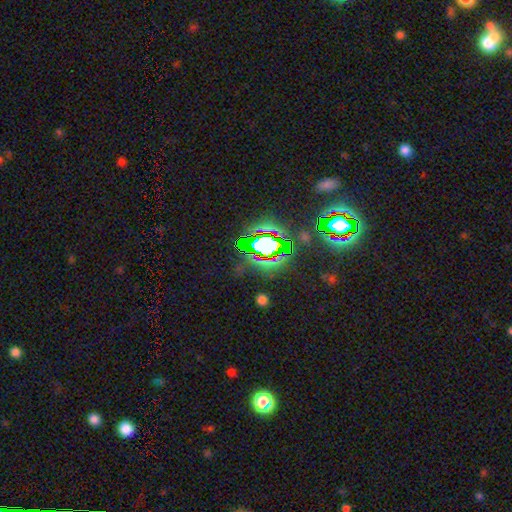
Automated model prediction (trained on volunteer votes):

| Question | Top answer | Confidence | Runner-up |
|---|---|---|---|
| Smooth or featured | star or artifact | 78% | smooth (12%) |